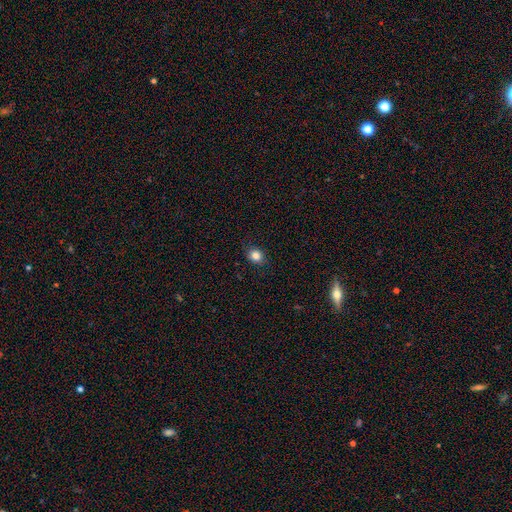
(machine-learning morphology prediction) type=smooth (84%); roundness=round (67%); merging=none (88%).